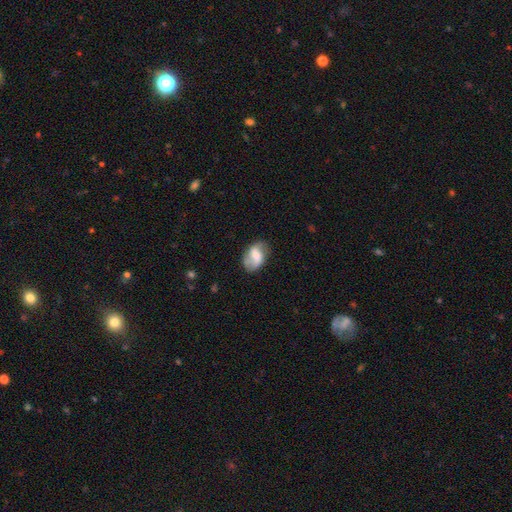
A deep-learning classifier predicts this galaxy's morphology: Q: Smooth or featured?
A: smooth (50%); runner-up: featured or disk (42%)
Q: How rounded?
A: in between (84%); runner-up: round (15%)
Q: Merging?
A: none (61%); runner-up: minor disturbance (26%)